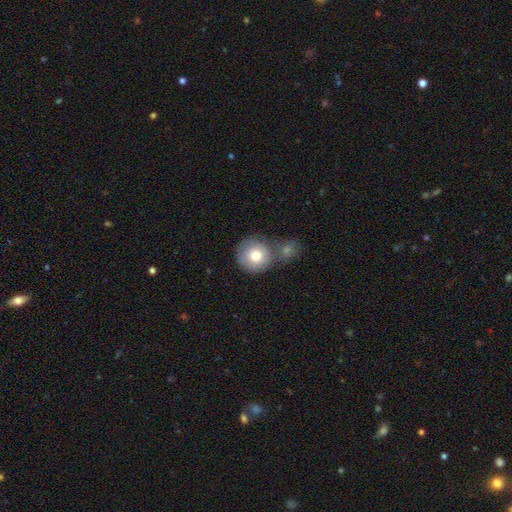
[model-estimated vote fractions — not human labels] Smooth or featured? smooth (78%)
How rounded? round (92%)
Merging? none (53%)